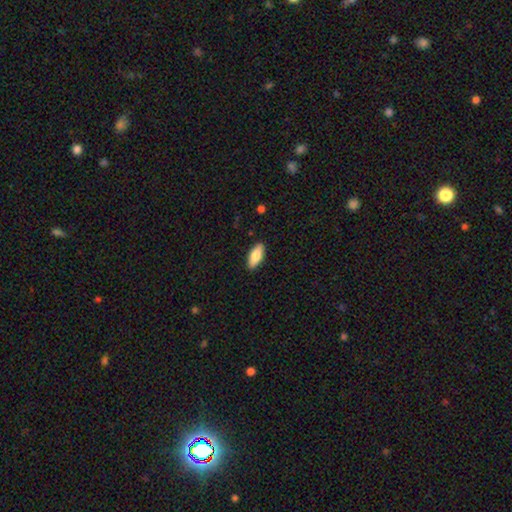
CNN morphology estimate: Smooth or featured? smooth (79%)
How rounded? in between (84%)
Merging? none (89%)